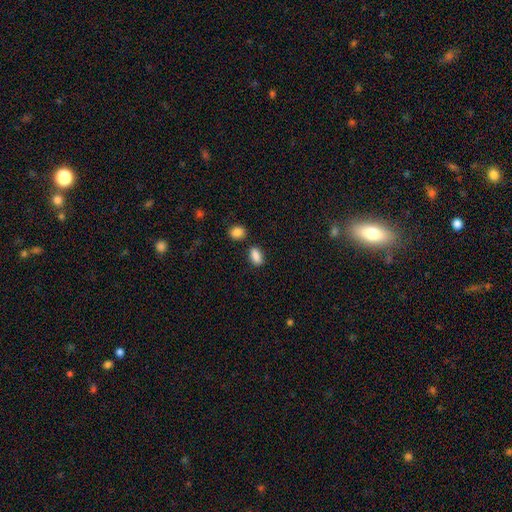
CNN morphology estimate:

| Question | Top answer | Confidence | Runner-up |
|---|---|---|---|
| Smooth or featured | smooth | 88% | star or artifact (8%) |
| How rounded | in between | 87% | round (9%) |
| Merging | none | 76% | minor disturbance (12%) |